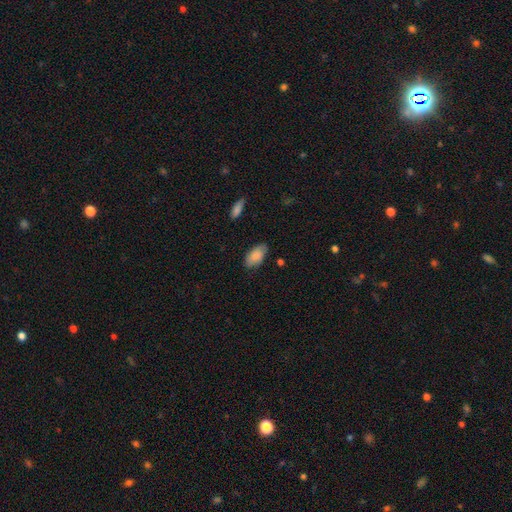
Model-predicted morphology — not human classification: Smooth or featured? Predicted: smooth (p=0.84). How rounded? Predicted: in between (p=0.94). Merging? Predicted: none (p=0.79).